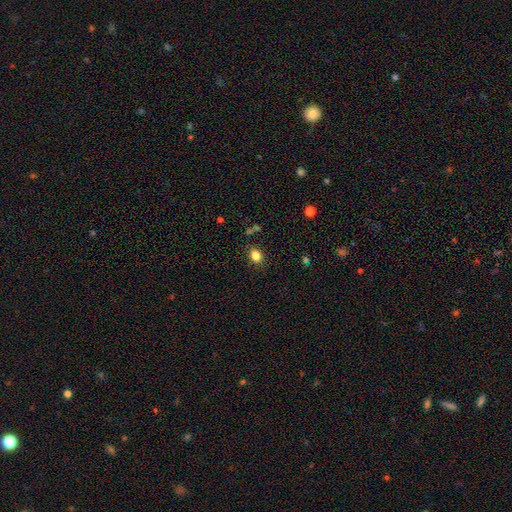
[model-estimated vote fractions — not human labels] smooth-or-featured: smooth: 84% | star or artifact: 11% | featured or disk: 5%
  how-rounded: in between: 61% | round: 38% | cigar-shaped: 1%
  merging: none: 83% | minor disturbance: 11% | major disturbance: 3% | merger: 3%